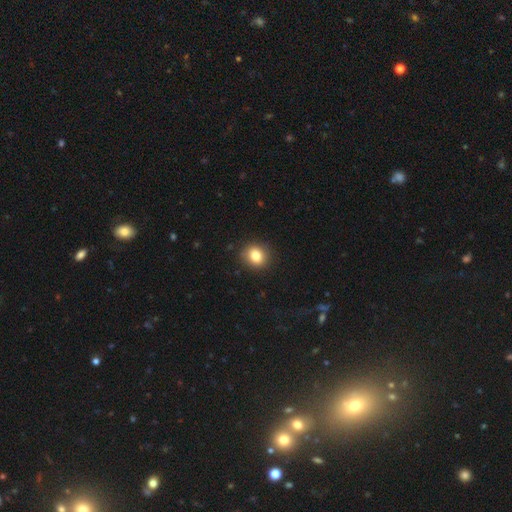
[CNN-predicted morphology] Smooth or featured?
  - smooth: 82% *
  - star or artifact: 10%
  - featured or disk: 7%
How rounded?
  - round: 71% *
  - in between: 28%
  - cigar-shaped: 1%
Merging?
  - none: 89% *
  - minor disturbance: 8%
  - major disturbance: 2%
  - merger: 1%